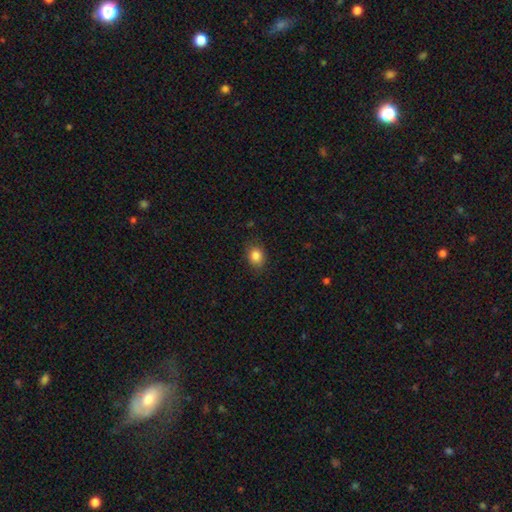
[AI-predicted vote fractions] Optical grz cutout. It shows a smooth galaxy with no disk features (84%) that is round (52%). Merging: none (83%).